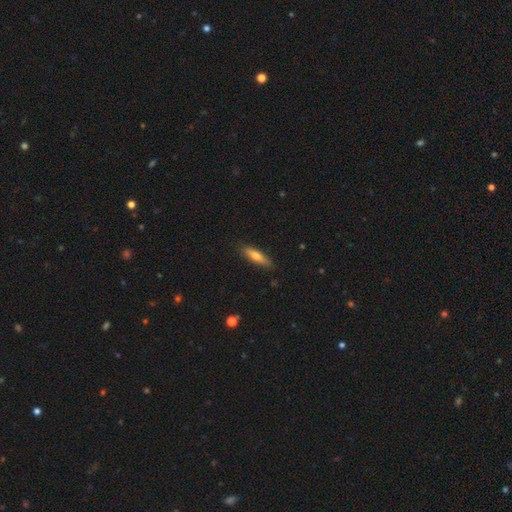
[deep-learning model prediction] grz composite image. It shows a smooth galaxy with no disk features (64%) that is cigar-shaped (73%). Merging: none (87%).